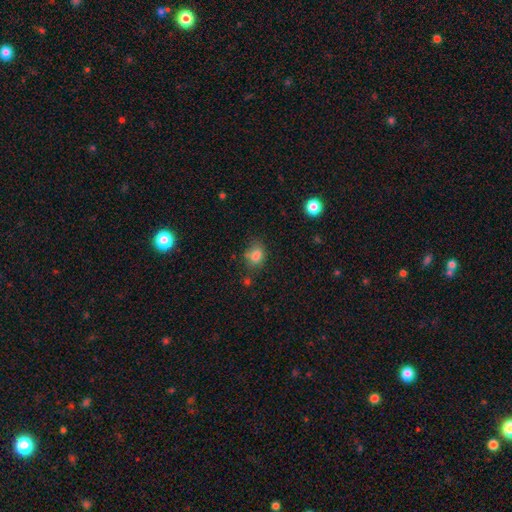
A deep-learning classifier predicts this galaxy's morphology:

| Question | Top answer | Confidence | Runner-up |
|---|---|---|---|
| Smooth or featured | smooth | 80% | star or artifact (11%) |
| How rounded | in between | 53% | round (46%) |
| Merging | none | 59% | minor disturbance (25%) |